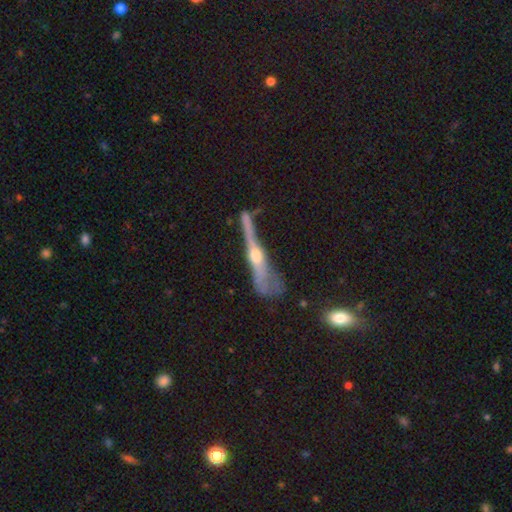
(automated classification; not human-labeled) smooth-or-featured: featured or disk: 69% | smooth: 24% | star or artifact: 7%
  disk-edge-on: yes: 87% | no: 13%
    edge-on-bulge: rounded: 87% | none: 8% | boxy: 5%
  merging: none: 41% | minor disturbance: 24% | major disturbance: 24% | merger: 11%